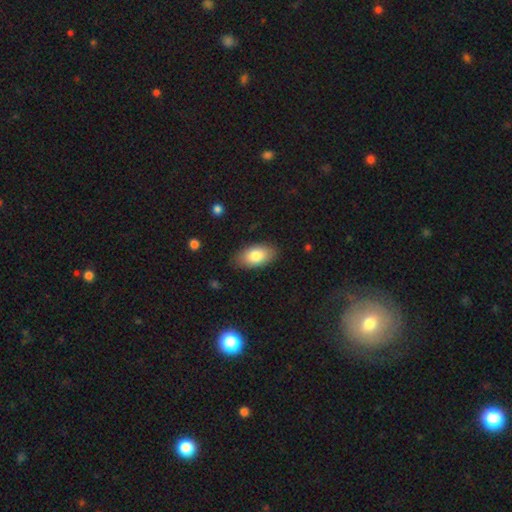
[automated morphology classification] smooth_or_featured: smooth (p=0.82) [alt: featured or disk p=0.12]
how_rounded: in between (p=0.94) [alt: round p=0.04]
merging: none (p=0.85) [alt: minor disturbance p=0.12]